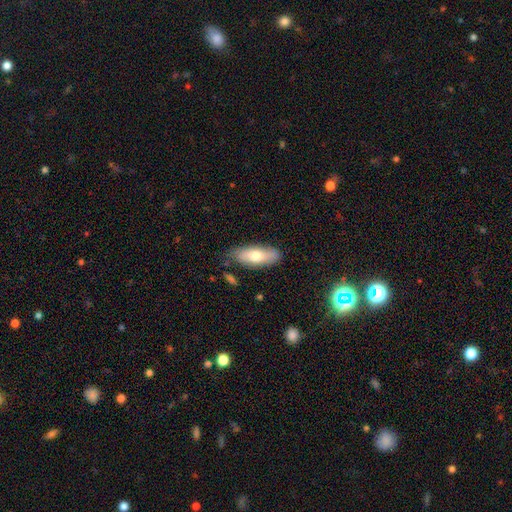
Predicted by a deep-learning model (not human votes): Morphology: type=smooth (69%); roundness=in between (71%); merging=none (76%).